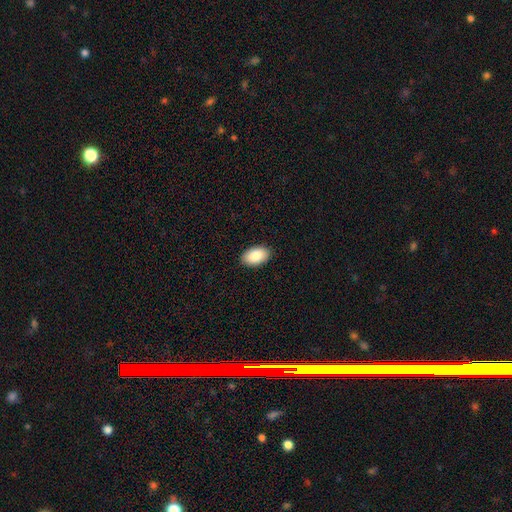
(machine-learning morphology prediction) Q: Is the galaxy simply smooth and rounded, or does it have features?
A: smooth — 88%.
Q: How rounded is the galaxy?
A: in between — 94%.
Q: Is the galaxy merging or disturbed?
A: none — 90%.